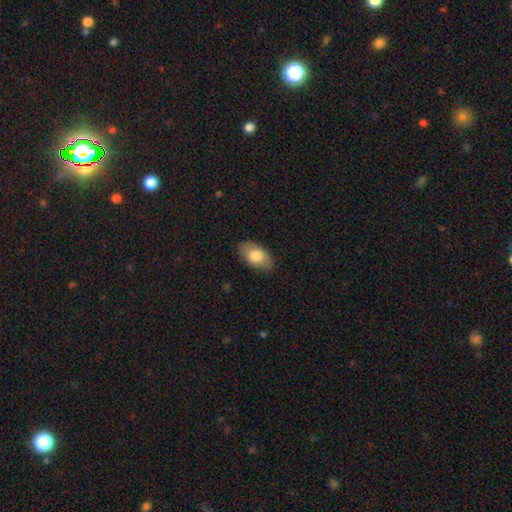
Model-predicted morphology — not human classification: Q: Smooth or featured?
A: smooth (77%); runner-up: featured or disk (16%)
Q: How rounded?
A: in between (93%); runner-up: round (5%)
Q: Merging?
A: none (84%); runner-up: minor disturbance (13%)